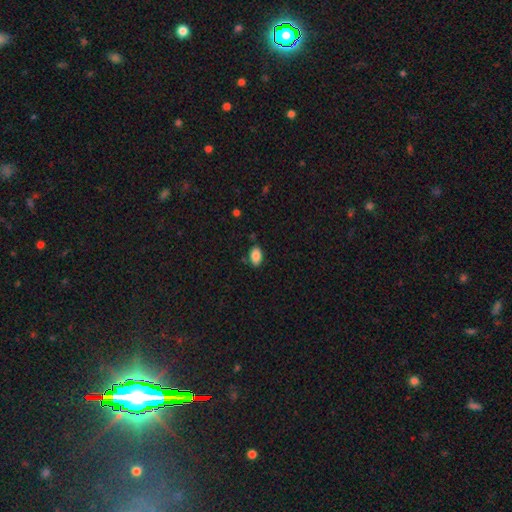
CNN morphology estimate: Smooth or featured? smooth (87%)
How rounded? in between (91%)
Merging? none (82%)